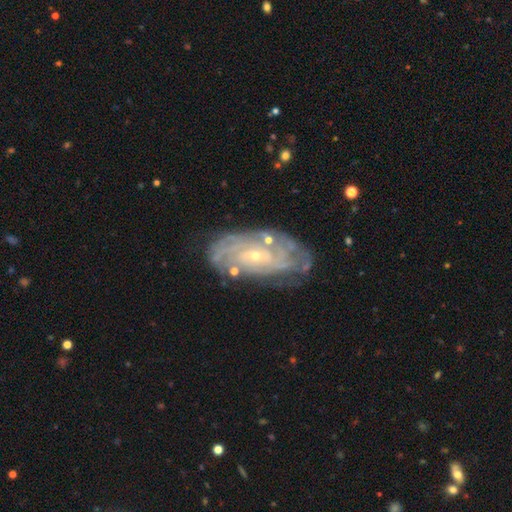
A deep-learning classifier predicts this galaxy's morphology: Smooth or featured?
  - featured or disk: 84% *
  - smooth: 10%
  - star or artifact: 6%
Edge-on disk?
  - no: 94% *
  - yes: 6%
Bar?
  - no: 64% *
  - weak: 29%
  - strong: 8%
Spiral arms?
  - yes: 92% *
  - no: 8%
Spiral winding?
  - tight: 75% *
  - medium: 20%
  - loose: 5%
Spiral arm count?
  - can't tell: 47% *
  - 4: 14%
  - 2: 14%
  - 3: 11%
  - more than 4: 10%
  - 1: 5%
Bulge size?
  - small: 82% *
  - moderate: 14%
  - none: 2%
  - large: 1%
  - dominant: 1%
Merging?
  - none: 71% *
  - minor disturbance: 19%
  - major disturbance: 7%
  - merger: 3%